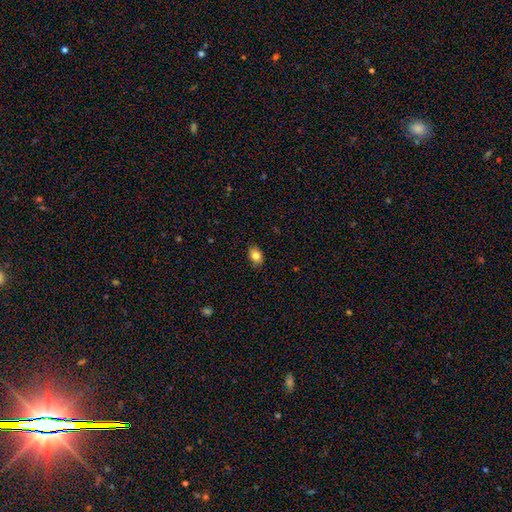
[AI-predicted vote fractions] Smooth or featured?
  - smooth: 82% *
  - featured or disk: 9%
  - star or artifact: 9%
How rounded?
  - in between: 80% *
  - round: 19%
  - cigar-shaped: 1%
Merging?
  - none: 84% *
  - minor disturbance: 13%
  - major disturbance: 2%
  - merger: 1%